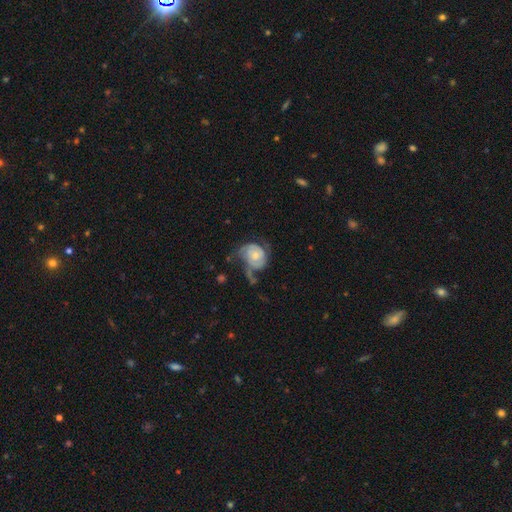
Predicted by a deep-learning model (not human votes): The model was most divided on "merging": none: 34%, major disturbance: 31%, minor disturbance: 26%, merger: 9%. Remaining: edge-on disk — no (98%); spiral arms — yes (88%); bar — no (76%); smooth or featured — featured or disk (73%); spiral arm count — 2 (55%); spiral winding — tight (50%); bulge size — moderate (48%).